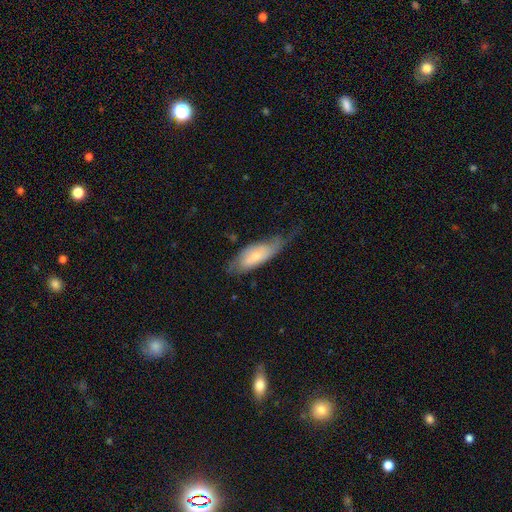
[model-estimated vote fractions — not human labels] smooth 50%, featured or disk 44%, star or artifact 6%. Down the decision tree: how rounded — in between (73%); merging — none (43%).